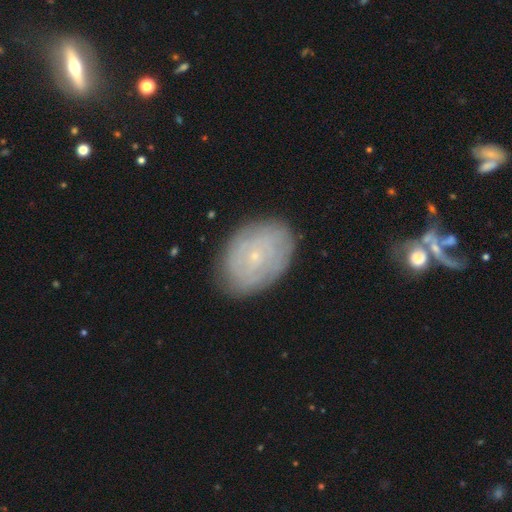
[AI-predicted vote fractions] Smooth or featured? Predicted: featured or disk (p=0.60). Edge-on disk? Predicted: no (p=0.96). Bar? Predicted: no (p=0.79). Spiral arms? Predicted: yes (p=0.69). Bulge size? Predicted: small (p=0.88). Merging? Predicted: none (p=0.83).